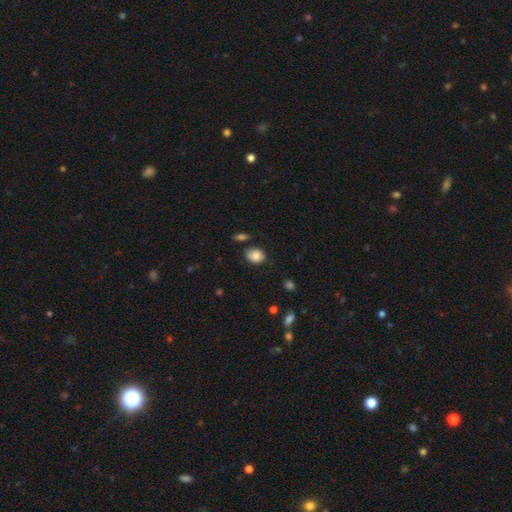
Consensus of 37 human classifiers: Smooth or featured: smooth — 84% (featured or disk — 8%)
How rounded: in between — 55% (round — 45%)
Merging: none — 74% (minor disturbance — 21%)